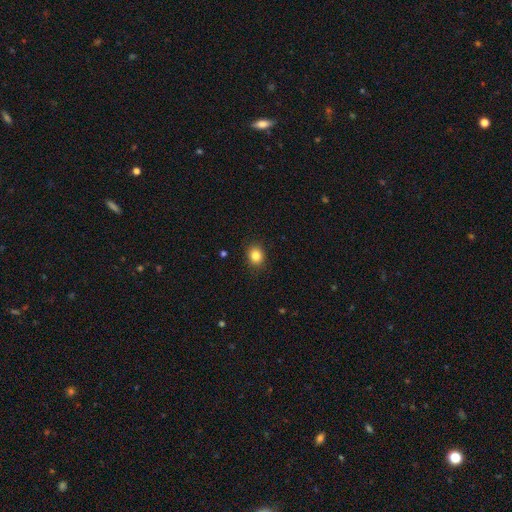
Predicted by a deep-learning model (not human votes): Smooth or featured: smooth — 84% (star or artifact — 11%)
How rounded: round — 61% (in between — 38%)
Merging: none — 89% (minor disturbance — 8%)